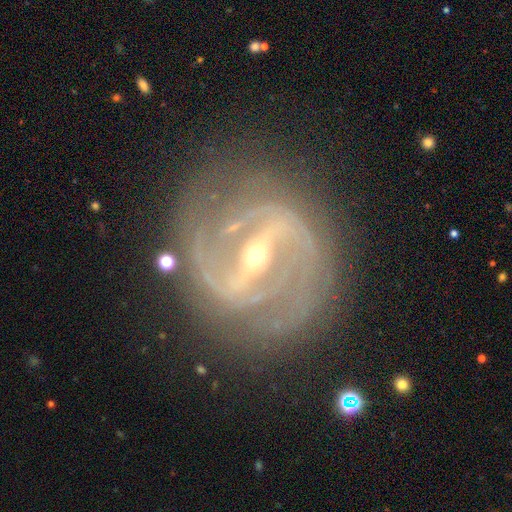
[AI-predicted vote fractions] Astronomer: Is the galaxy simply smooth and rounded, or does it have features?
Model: featured or disk — 91%.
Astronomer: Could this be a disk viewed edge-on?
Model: no — 96%.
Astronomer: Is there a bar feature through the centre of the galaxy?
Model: strong — 72%.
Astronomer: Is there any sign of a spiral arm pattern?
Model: yes — 96%.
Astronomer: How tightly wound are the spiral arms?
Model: medium — 46% (runner-up: tight, 40%).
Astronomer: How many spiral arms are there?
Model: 2 — 74%.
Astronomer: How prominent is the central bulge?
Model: small — 65%.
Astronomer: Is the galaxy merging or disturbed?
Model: none — 77%.